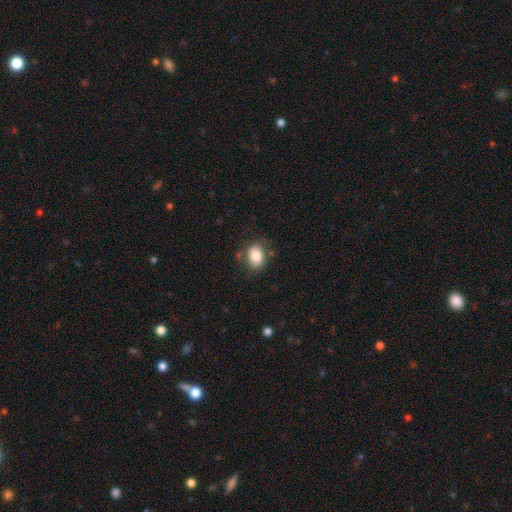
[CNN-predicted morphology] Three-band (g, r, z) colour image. It shows a smooth galaxy with no disk features (80%) that is in between round and cigar-shaped (64%). Merging: none (74%).